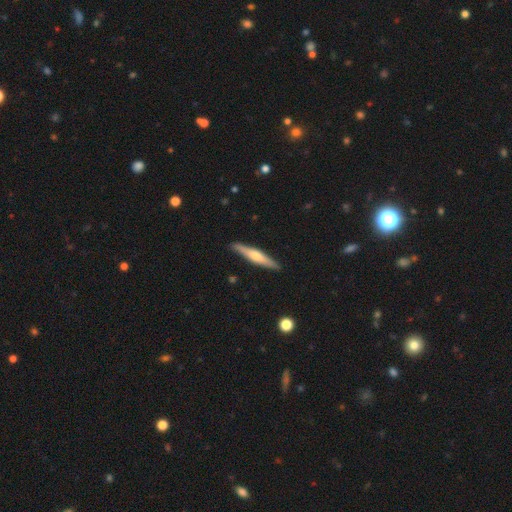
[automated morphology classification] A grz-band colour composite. It shows a featured or disk galaxy (54%) viewed edge-on (96%) with a rounded central bulge (82%). Merging: none (90%).